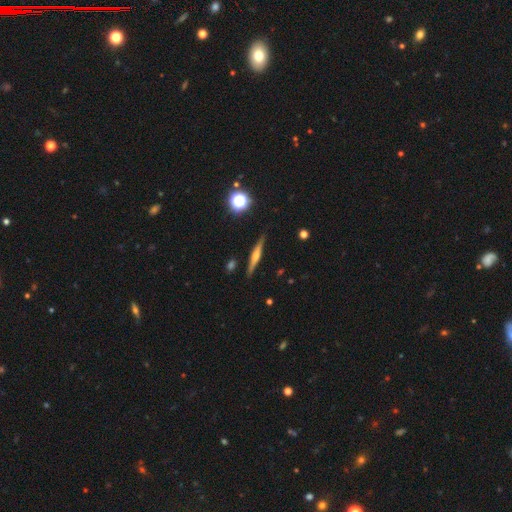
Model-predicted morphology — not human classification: type=featured or disk (65%); edge-on=yes (97%); edge-on bulge=rounded (81%); merging=none (89%).